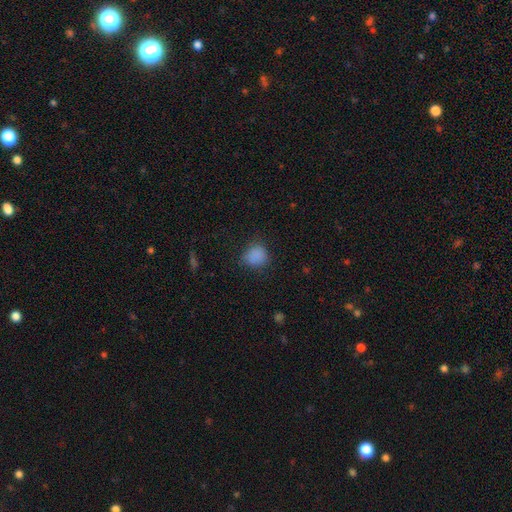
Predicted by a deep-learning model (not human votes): Smooth or featured?
  - smooth: 83% *
  - star or artifact: 12%
  - featured or disk: 5%
How rounded?
  - round: 74% *
  - in between: 25%
  - cigar-shaped: 1%
Merging?
  - none: 72% *
  - minor disturbance: 20%
  - major disturbance: 7%
  - merger: 1%